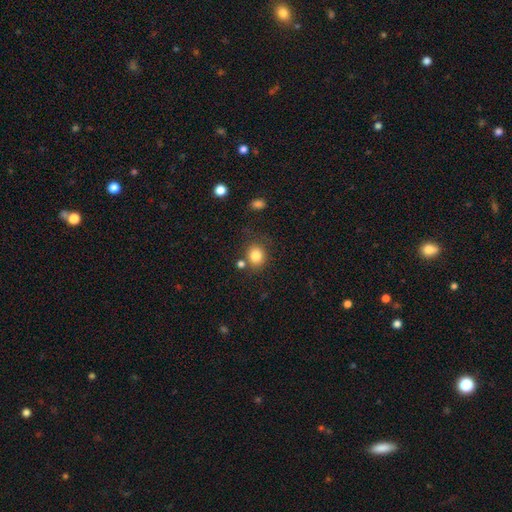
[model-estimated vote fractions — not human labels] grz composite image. It shows a smooth galaxy with no disk features (82%) that is round (77%). Merging: none (72%).